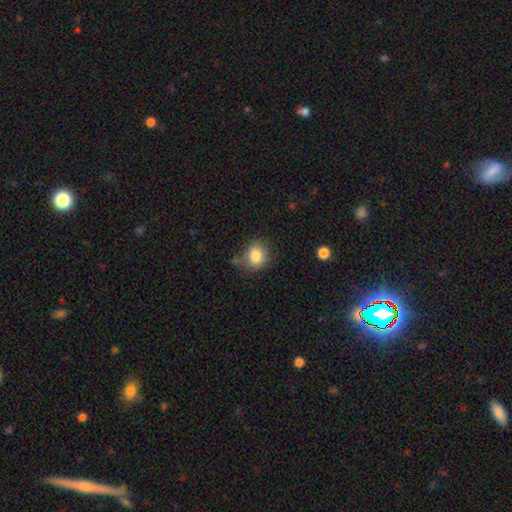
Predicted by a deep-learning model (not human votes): Overall: smooth (84%). How rounded: round (70%). Merging: none (71%).